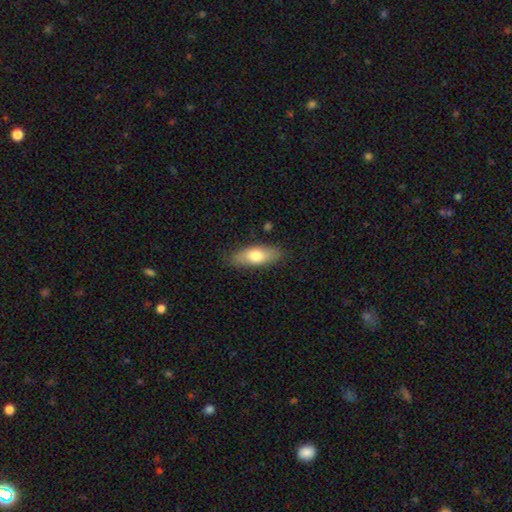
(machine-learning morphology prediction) Q: Smooth or featured?
A: smooth (72%); runner-up: featured or disk (22%)
Q: How rounded?
A: in between (71%); runner-up: cigar-shaped (27%)
Q: Merging?
A: none (81%); runner-up: minor disturbance (14%)